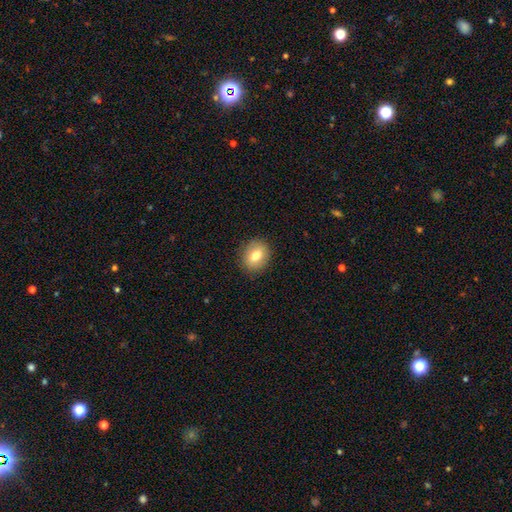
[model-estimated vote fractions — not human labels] Smooth or featured?
  - smooth: 76% *
  - featured or disk: 15%
  - star or artifact: 9%
How rounded?
  - round: 60% *
  - in between: 39%
  - cigar-shaped: 1%
Merging?
  - none: 88% *
  - minor disturbance: 8%
  - major disturbance: 2%
  - merger: 1%